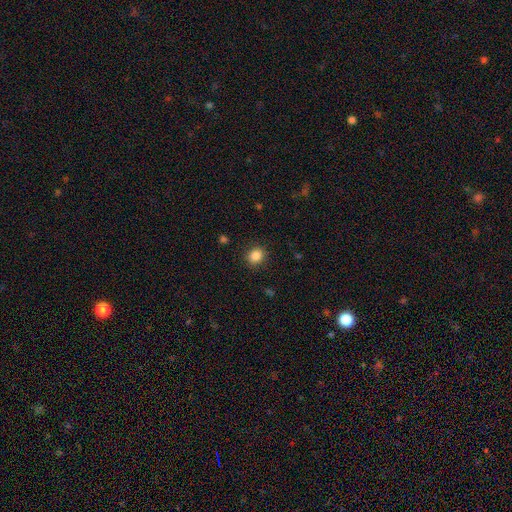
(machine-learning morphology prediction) smooth 86%, star or artifact 10%, featured or disk 4%. Down the decision tree: how rounded — round (76%); merging — none (89%).